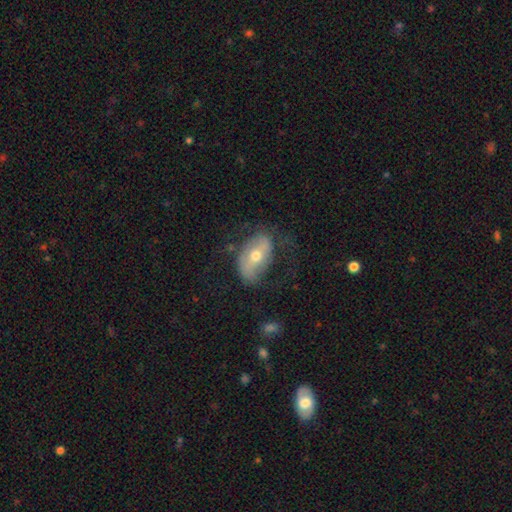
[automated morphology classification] The model was most divided on "smooth or featured": featured or disk: 54%, smooth: 38%, star or artifact: 8%. More confident: edge-on disk — no (89%); merging — none (56%).